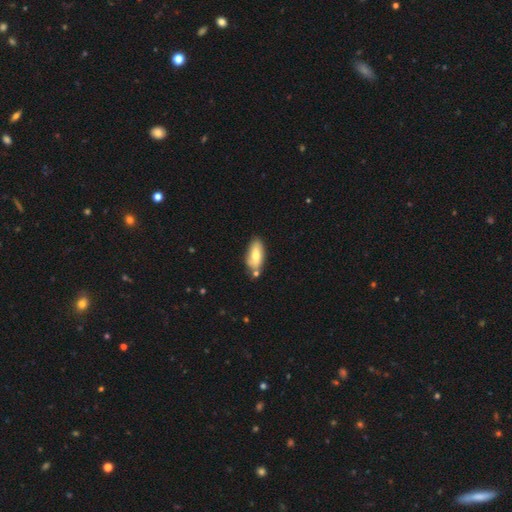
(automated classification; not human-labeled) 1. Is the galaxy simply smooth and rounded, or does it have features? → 67% smooth, 26% featured or disk, 6% star or artifact.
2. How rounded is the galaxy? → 84% in between, 13% cigar-shaped, 3% round.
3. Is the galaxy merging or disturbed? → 68% none, 18% minor disturbance, 10% merger, 4% major disturbance.